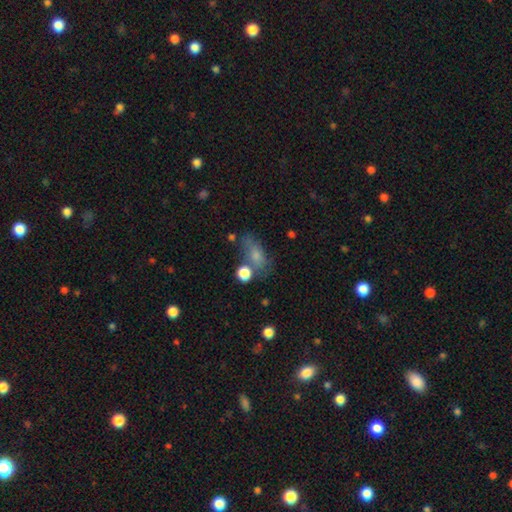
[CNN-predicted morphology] type=smooth (70%); roundness=in between (76%); merging=none (48%).